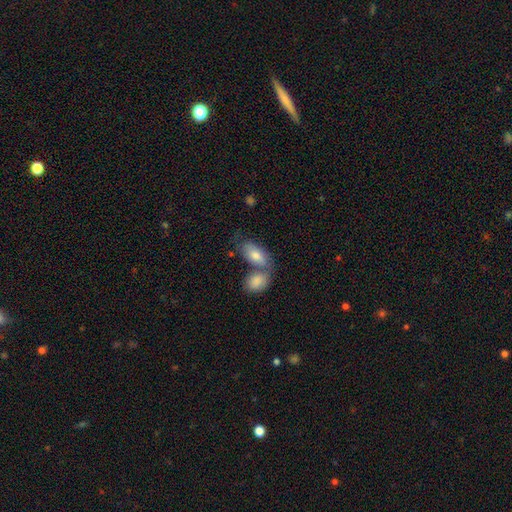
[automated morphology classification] smooth-or-featured: smooth: 74% | featured or disk: 19% | star or artifact: 7%
  how-rounded: in between: 89% | round: 6% | cigar-shaped: 5%
  merging: merger: 49% | none: 35% | minor disturbance: 11% | major disturbance: 5%